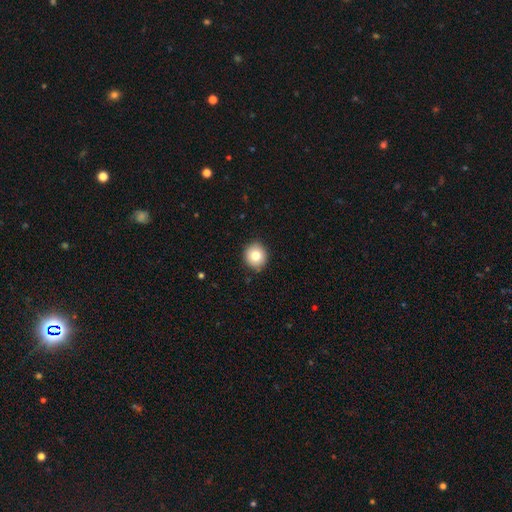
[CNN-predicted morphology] smooth 79%, featured or disk 11%, star or artifact 10%. Down the decision tree: how rounded — round (90%); merging — none (90%).